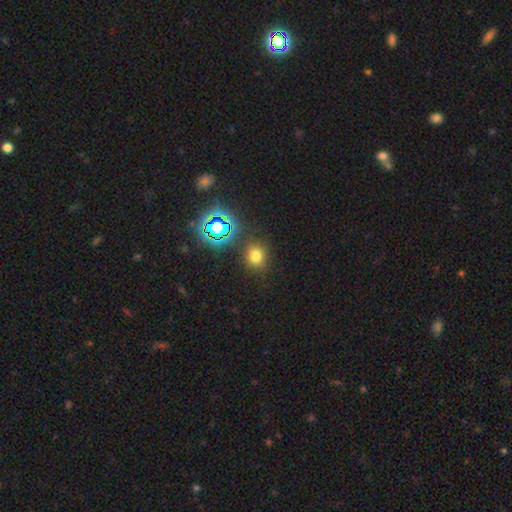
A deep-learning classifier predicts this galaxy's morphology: type=smooth (68%); roundness=round (72%); merging=none (84%).